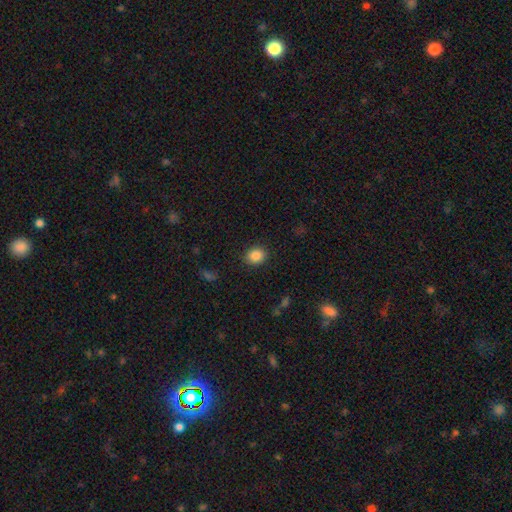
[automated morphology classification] Q: Smooth or featured?
A: smooth (86%); runner-up: star or artifact (9%)
Q: How rounded?
A: round (63%); runner-up: in between (37%)
Q: Merging?
A: none (89%); runner-up: minor disturbance (8%)